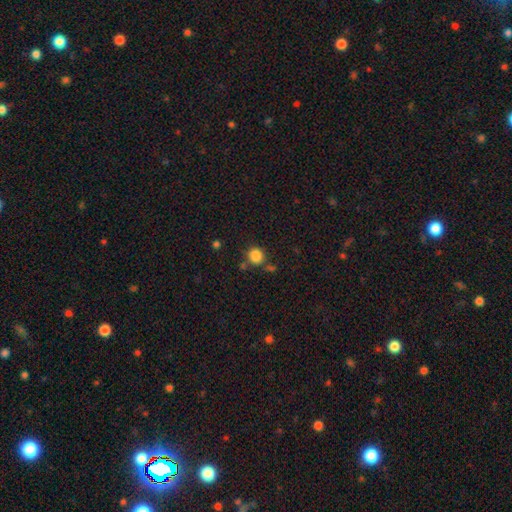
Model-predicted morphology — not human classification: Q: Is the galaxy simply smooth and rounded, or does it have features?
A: smooth — 85%.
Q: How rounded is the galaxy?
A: round — 79%.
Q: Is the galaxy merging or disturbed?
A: none — 69%.